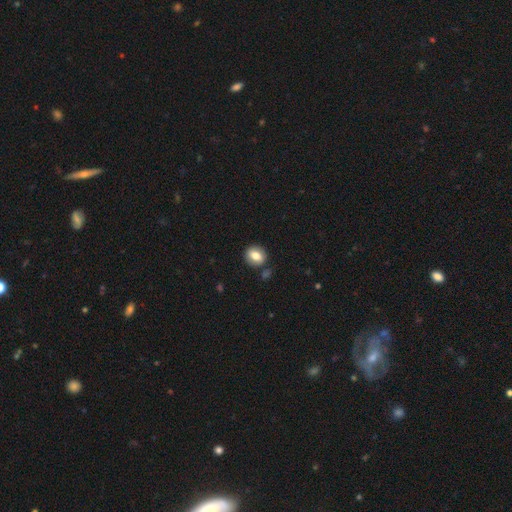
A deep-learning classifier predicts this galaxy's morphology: This is likely a smooth galaxy (77%). How rounded: likely round (62%). Merging: clearly none (83%).